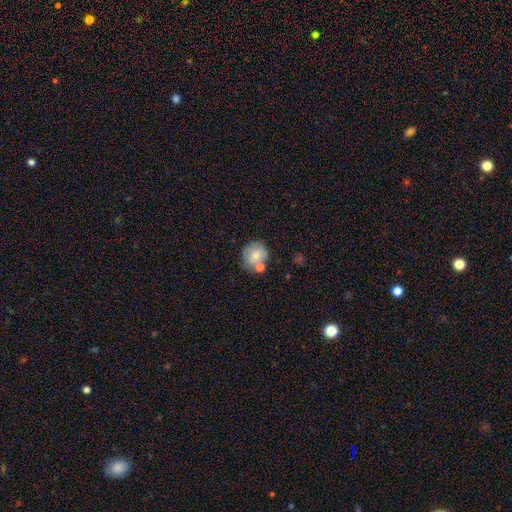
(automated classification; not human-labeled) This appears to be a smooth galaxy with no disk features (72%) that is round (87%). Merging: none (59%).